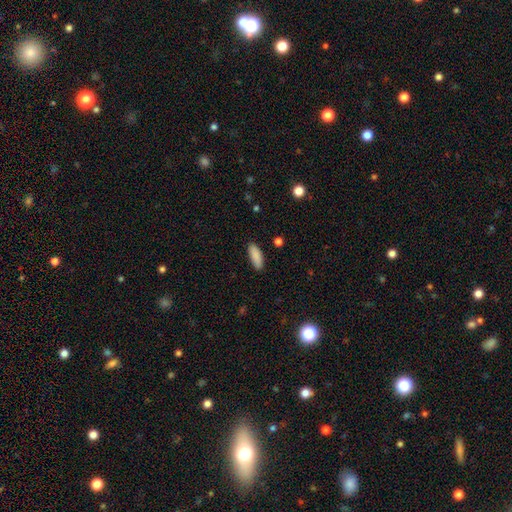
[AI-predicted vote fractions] This appears to be a smooth galaxy with no disk features (89%) that is in between round and cigar-shaped (67%). Merging: none (87%).